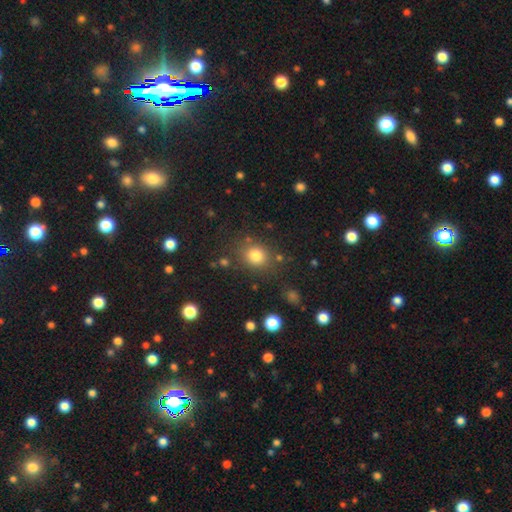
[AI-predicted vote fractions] A smooth galaxy with no disk features (80%) that is round (76%). Merging: none (80%).